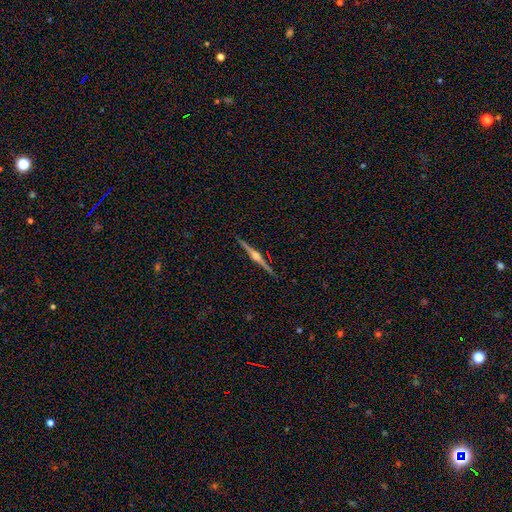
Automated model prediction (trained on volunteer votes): featured or disk 86%, smooth 9%, star or artifact 6%. Down the decision tree: edge-on disk — yes (99%); edge-on bulge — rounded (90%); merging — none (92%).